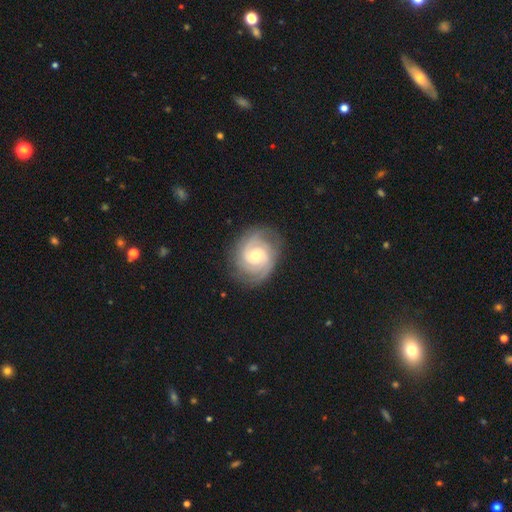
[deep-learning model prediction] Smooth or featured: featured or disk — 85% (smooth — 10%)
Edge-on disk: no — 98% (yes — 2%)
Bar: no — 65% (weak — 29%)
Spiral arms: yes — 97% (no — 3%)
Spiral winding: tight — 66% (medium — 29%)
Spiral arm count: 2 — 38% (3 — 28%)
Bulge size: moderate — 56% (small — 39%)
Merging: none — 81% (minor disturbance — 13%)